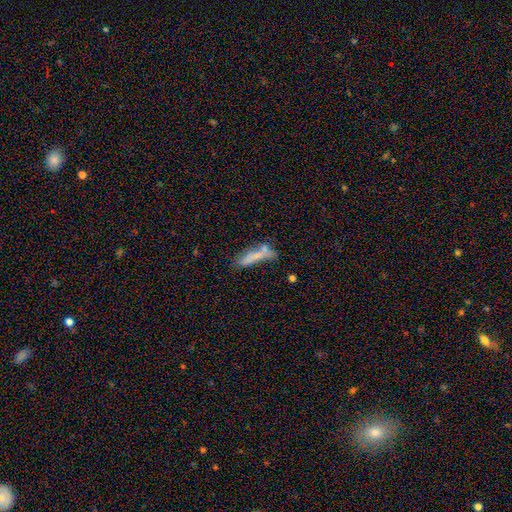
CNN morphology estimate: Overall: smooth (62%; featured or disk 26%). How rounded: cigar-shaped (71%). Merging: none (39%; merger 28%).